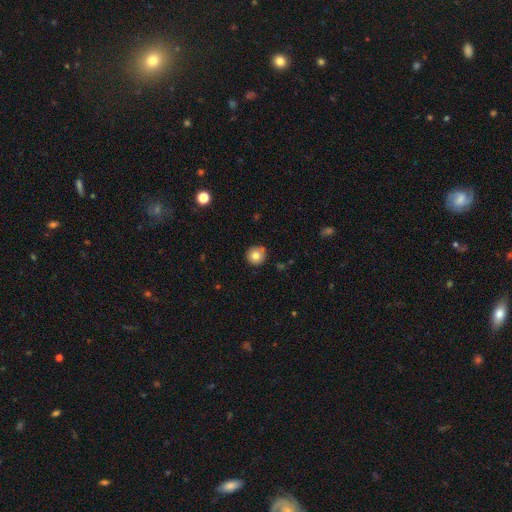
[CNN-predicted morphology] The model was most divided on "smooth or featured": smooth: 79%, star or artifact: 10%, featured or disk: 10%. More confident: how rounded — round (94%); merging — none (84%).